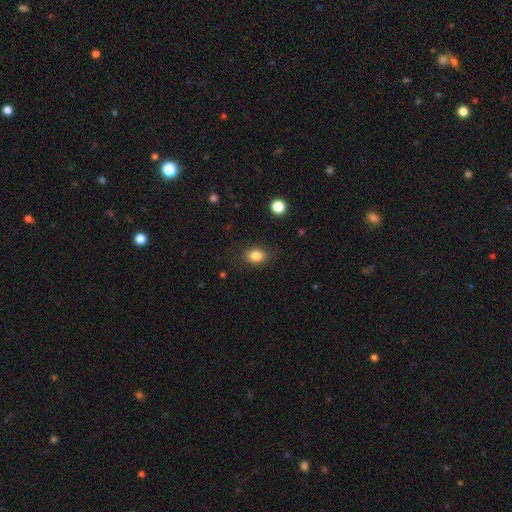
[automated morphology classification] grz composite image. It shows a smooth galaxy with no disk features (83%) that is in between round and cigar-shaped (71%). Merging: none (82%).